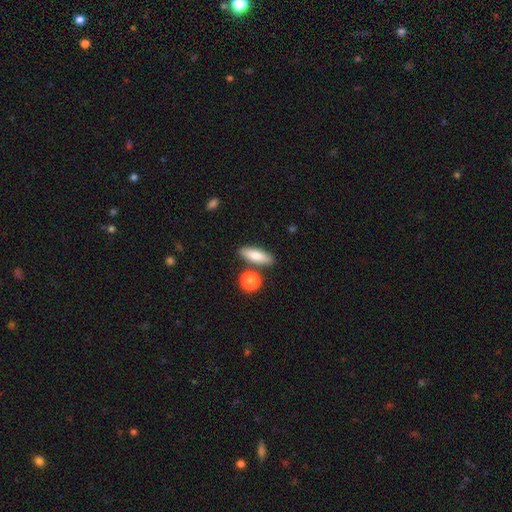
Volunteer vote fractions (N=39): Smooth or featured: smooth — 85% (featured or disk — 13%)
How rounded: in between — 52% (cigar-shaped — 45%)
Merging: none — 82% (minor disturbance — 8%)